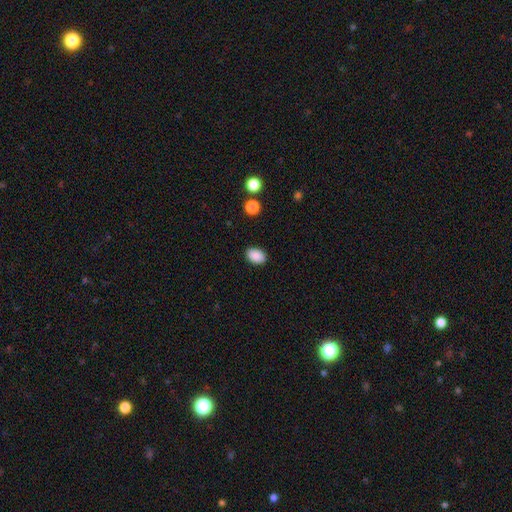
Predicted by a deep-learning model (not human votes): This is clearly a smooth galaxy (89%). How rounded: clearly in between (82%). Merging: clearly none (88%).